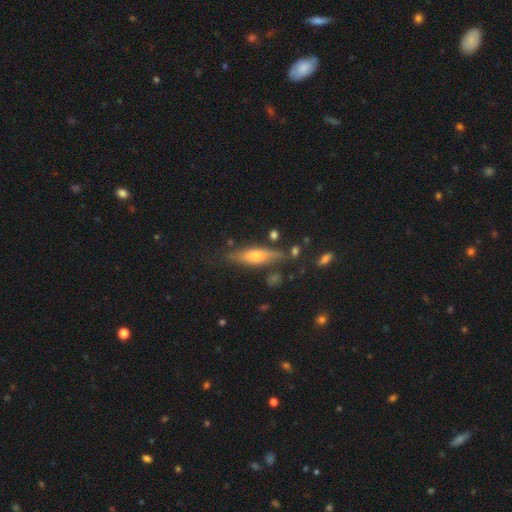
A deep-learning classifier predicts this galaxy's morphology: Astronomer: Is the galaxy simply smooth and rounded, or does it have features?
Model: featured or disk — 54% (runner-up: smooth, 38%).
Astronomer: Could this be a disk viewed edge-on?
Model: yes — 88%.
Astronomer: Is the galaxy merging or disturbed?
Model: none — 75%.